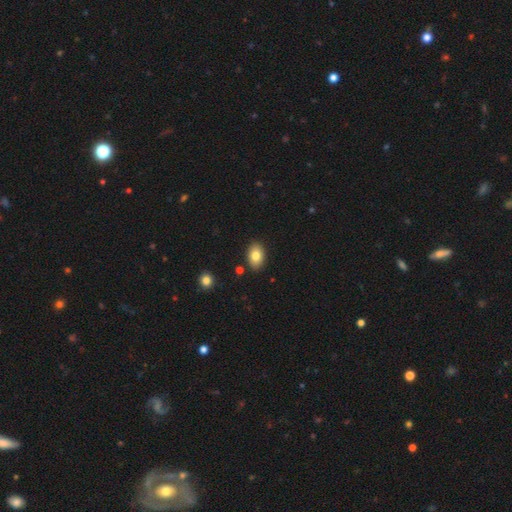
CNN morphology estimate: A smooth galaxy with no disk features (81%) that is in between round and cigar-shaped (88%).

Vote fractions:
- Smooth or featured? smooth: 81% / featured or disk: 11% / star or artifact: 8%
- How rounded? in between: 88% / round: 11% / cigar-shaped: 1%
- Merging? none: 87% / minor disturbance: 8% / merger: 2% / major disturbance: 2%